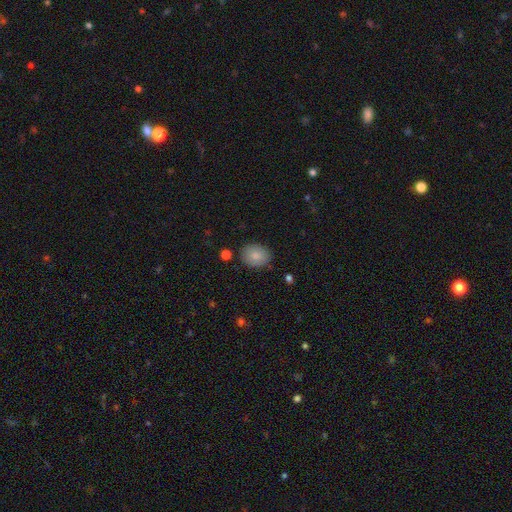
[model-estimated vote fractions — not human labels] A smooth galaxy with no disk features (85%) that is in between round and cigar-shaped (53%).

Vote fractions:
- Smooth or featured? smooth: 85% / featured or disk: 8% / star or artifact: 7%
- How rounded? in between: 53% / round: 46% / cigar-shaped: 1%
- Merging? none: 85% / minor disturbance: 10% / major disturbance: 2% / merger: 2%